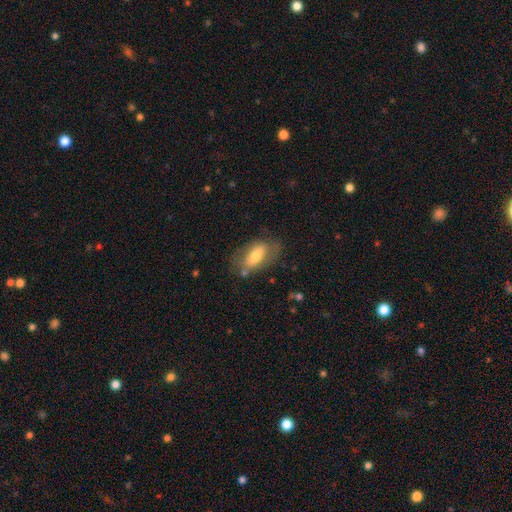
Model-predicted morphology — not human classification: Smooth or featured? smooth (65%)
How rounded? in between (86%)
Merging? none (67%)